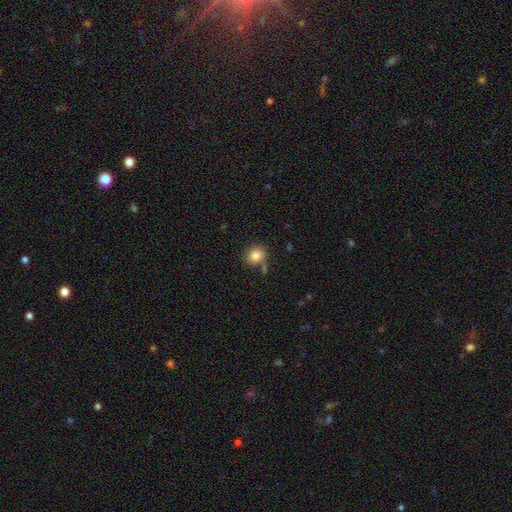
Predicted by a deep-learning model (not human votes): Smooth or featured? smooth (84%)
How rounded? round (71%)
Merging? none (74%)